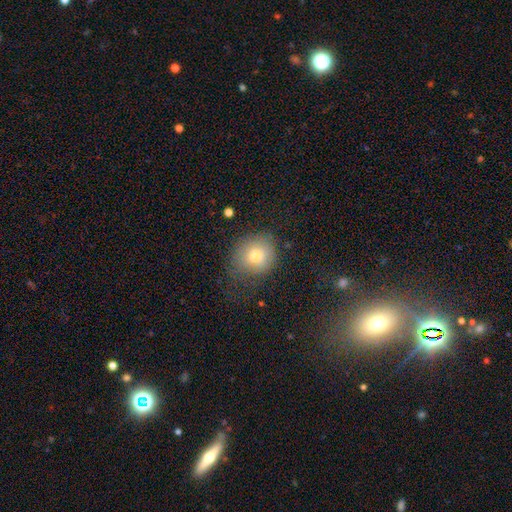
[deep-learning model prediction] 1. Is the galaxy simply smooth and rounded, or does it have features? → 74% smooth, 14% featured or disk, 12% star or artifact.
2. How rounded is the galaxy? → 80% round, 19% in between, 1% cigar-shaped.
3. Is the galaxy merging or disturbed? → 64% none, 22% minor disturbance, 12% major disturbance, 2% merger.